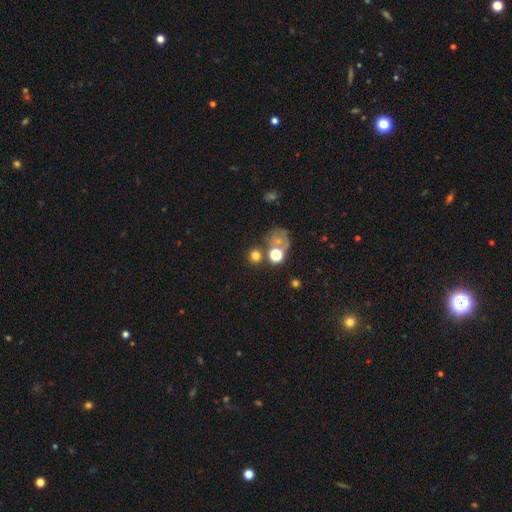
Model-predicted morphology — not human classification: Smooth or featured?
  - smooth: 73% *
  - star or artifact: 18%
  - featured or disk: 8%
How rounded?
  - round: 89% *
  - in between: 10%
  - cigar-shaped: 1%
Merging?
  - none: 71% *
  - merger: 16%
  - minor disturbance: 8%
  - major disturbance: 5%